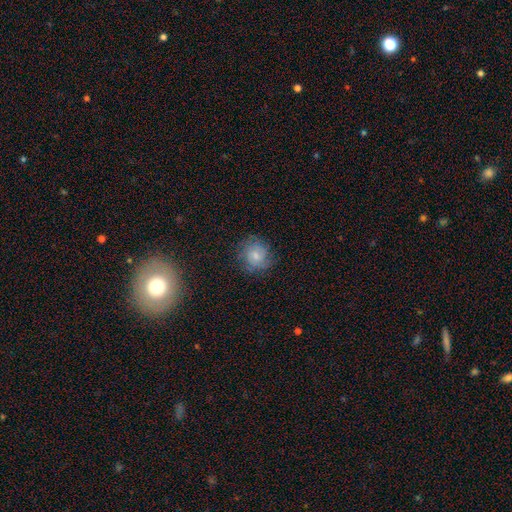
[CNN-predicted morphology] smooth 58%, featured or disk 32%, star or artifact 11%. Down the decision tree: how rounded — round (86%); merging — none (77%).